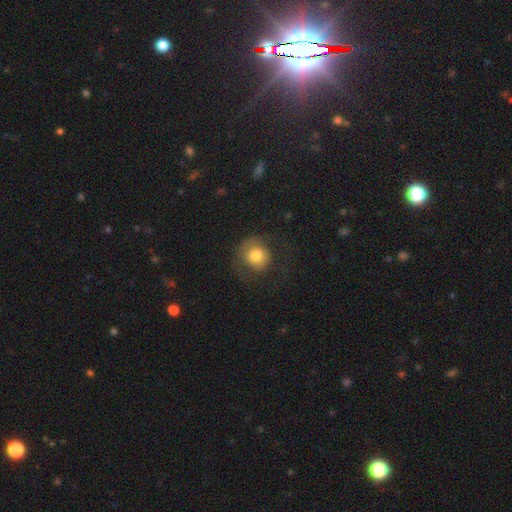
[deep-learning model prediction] A smooth galaxy with no disk features (73%) that is round (86%).

Vote fractions:
- Smooth or featured? smooth: 73% / featured or disk: 19% / star or artifact: 8%
- How rounded? round: 86% / in between: 13% / cigar-shaped: 1%
- Merging? none: 56% / major disturbance: 24% / minor disturbance: 19% / merger: 2%